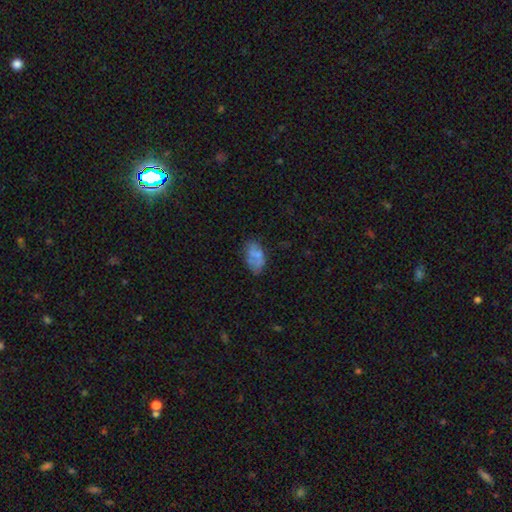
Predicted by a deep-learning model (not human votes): Smooth or featured: smooth — 58% (featured or disk — 31%)
How rounded: in between — 91% (round — 7%)
Merging: none — 50% (minor disturbance — 27%)